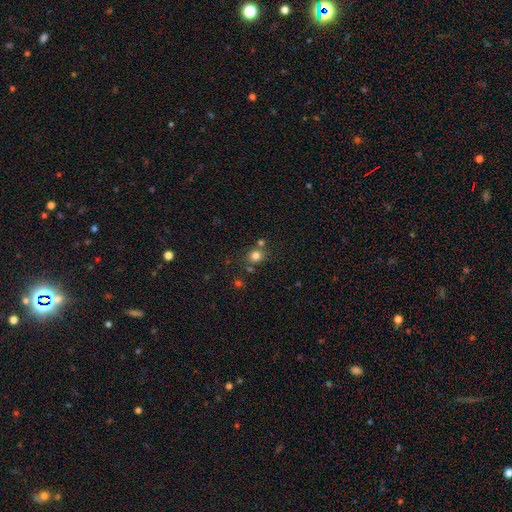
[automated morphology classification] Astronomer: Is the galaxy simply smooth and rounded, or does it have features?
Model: smooth — 79%.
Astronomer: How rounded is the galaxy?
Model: round — 78%.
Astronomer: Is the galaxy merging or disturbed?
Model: none — 69%.